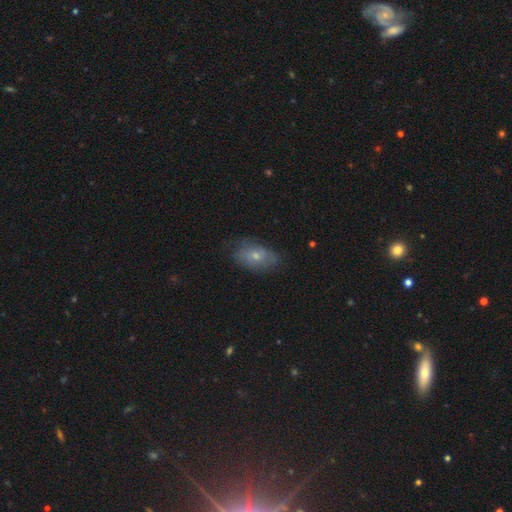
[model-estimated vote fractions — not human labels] Smooth or featured?
  - smooth: 59% *
  - featured or disk: 32%
  - star or artifact: 9%
How rounded?
  - in between: 88% *
  - round: 9%
  - cigar-shaped: 3%
Merging?
  - none: 71% *
  - minor disturbance: 22%
  - major disturbance: 6%
  - merger: 1%